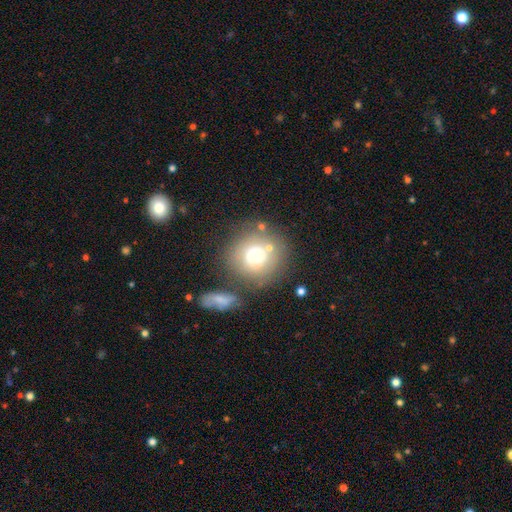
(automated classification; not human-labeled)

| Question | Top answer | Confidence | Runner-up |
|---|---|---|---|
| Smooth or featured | smooth | 59% | featured or disk (31%) |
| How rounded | round | 90% | in between (8%) |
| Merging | none | 64% | minor disturbance (14%) |